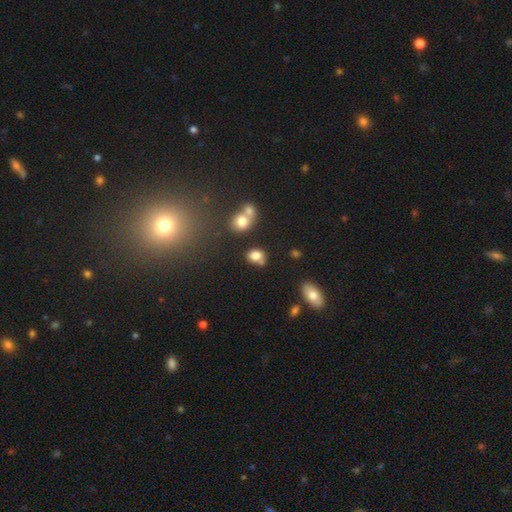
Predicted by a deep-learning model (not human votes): A smooth galaxy with no disk features (78%) that is in between round and cigar-shaped (53%).

Vote fractions:
- Smooth or featured? smooth: 78% / star or artifact: 12% / featured or disk: 10%
- How rounded? in between: 53% / round: 46% / cigar-shaped: 1%
- Merging? none: 50% / merger: 27% / minor disturbance: 17% / major disturbance: 6%